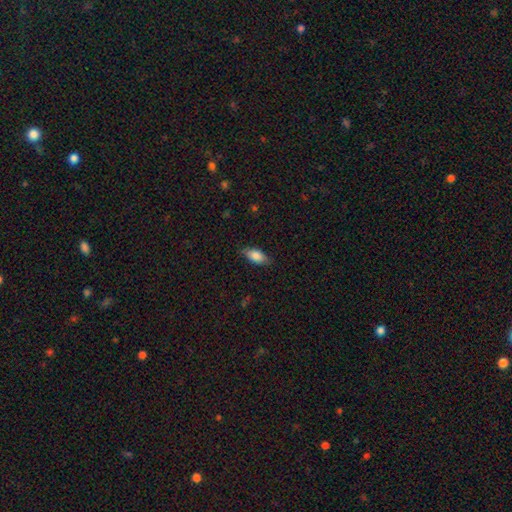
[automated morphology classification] smooth_or_featured: smooth (p=0.83) [alt: featured or disk p=0.10]
how_rounded: in between (p=0.87) [alt: cigar-shaped p=0.10]
merging: none (p=0.82) [alt: minor disturbance p=0.14]